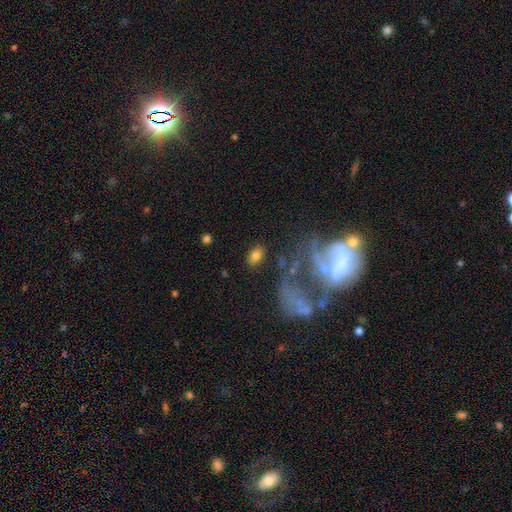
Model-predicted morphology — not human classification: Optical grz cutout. It shows a smooth galaxy with no disk features (77%) that is in between round and cigar-shaped (88%). Merging: none (79%).